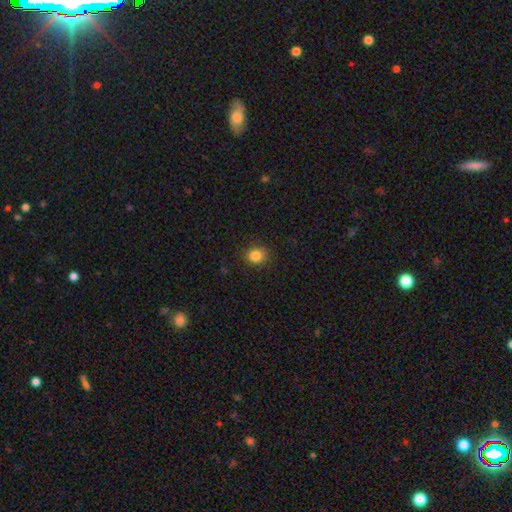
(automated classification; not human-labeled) Q: Smooth or featured?
A: smooth (84%); runner-up: star or artifact (11%)
Q: How rounded?
A: round (76%); runner-up: in between (24%)
Q: Merging?
A: none (88%); runner-up: minor disturbance (9%)